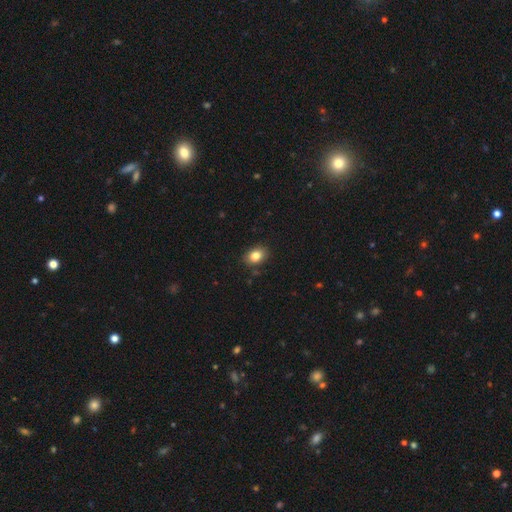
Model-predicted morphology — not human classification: Smooth or featured? smooth (83%)
How rounded? in between (74%)
Merging? none (86%)